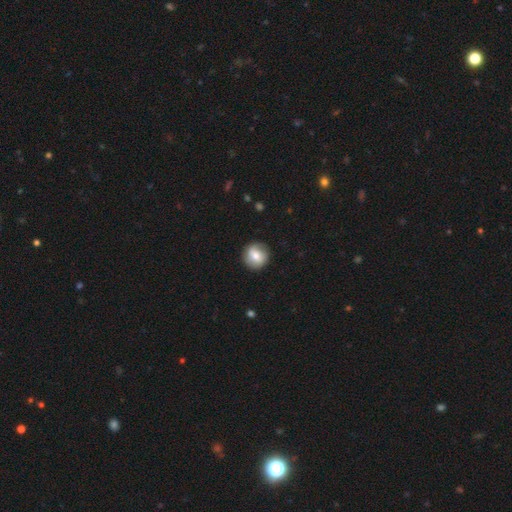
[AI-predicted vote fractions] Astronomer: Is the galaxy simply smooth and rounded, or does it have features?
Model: smooth — 67%.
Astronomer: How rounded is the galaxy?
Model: round — 92%.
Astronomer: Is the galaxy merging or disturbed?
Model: none — 88%.